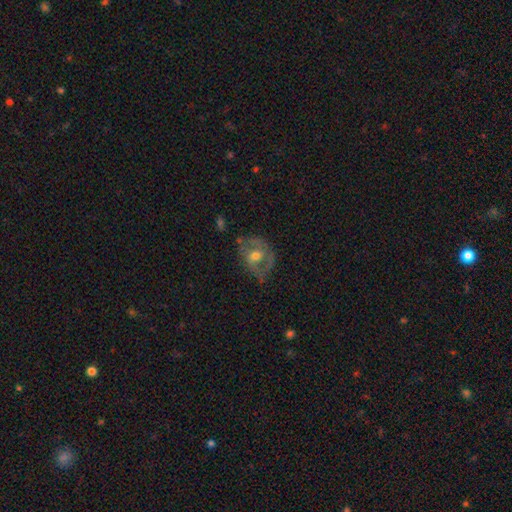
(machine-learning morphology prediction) A featured or disk galaxy (59%) with no bar (62%), spiral arms (53%) and a moderate central bulge (68%). Merging: none (51%).